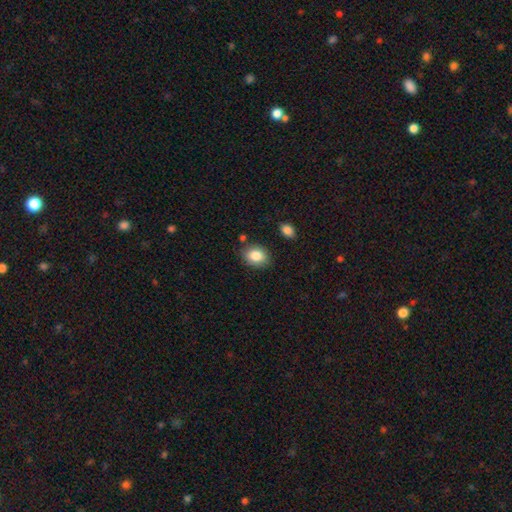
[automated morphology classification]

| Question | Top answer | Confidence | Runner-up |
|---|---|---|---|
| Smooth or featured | smooth | 84% | star or artifact (8%) |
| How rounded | in between | 63% | round (36%) |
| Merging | none | 81% | minor disturbance (12%) |